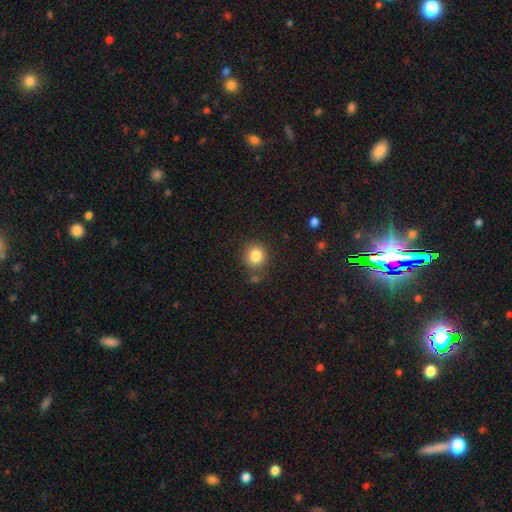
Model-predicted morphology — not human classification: Smooth or featured? smooth (84%)
How rounded? round (88%)
Merging? none (79%)